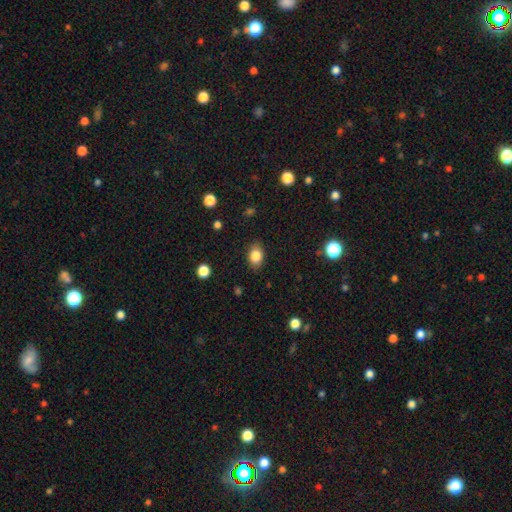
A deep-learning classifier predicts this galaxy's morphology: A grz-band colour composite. It shows a smooth galaxy with no disk features (84%) that is in between round and cigar-shaped (73%). Merging: none (84%).